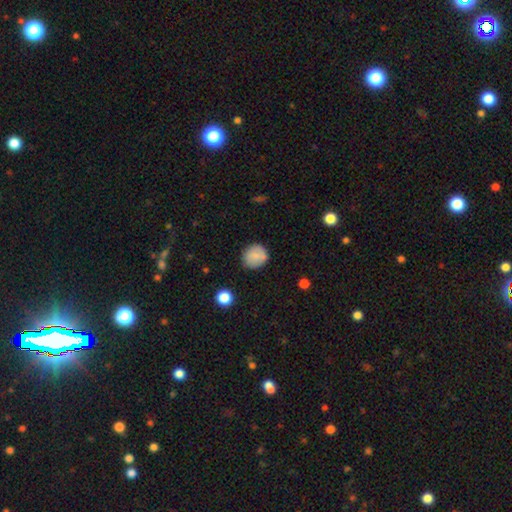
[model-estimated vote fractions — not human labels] A smooth galaxy with no disk features (81%) that is round (82%).

Vote fractions:
- Smooth or featured? smooth: 81% / featured or disk: 11% / star or artifact: 8%
- How rounded? round: 82% / in between: 17% / cigar-shaped: 1%
- Merging? none: 81% / minor disturbance: 14% / major disturbance: 3% / merger: 2%